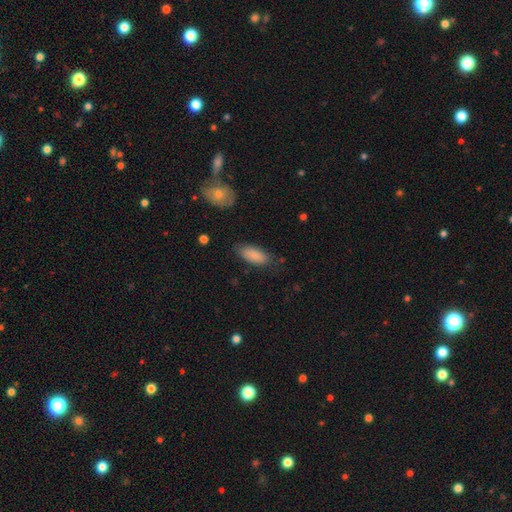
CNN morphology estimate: smooth 88%, star or artifact 6%, featured or disk 6%. Down the decision tree: how rounded — in between (84%); merging — none (80%).